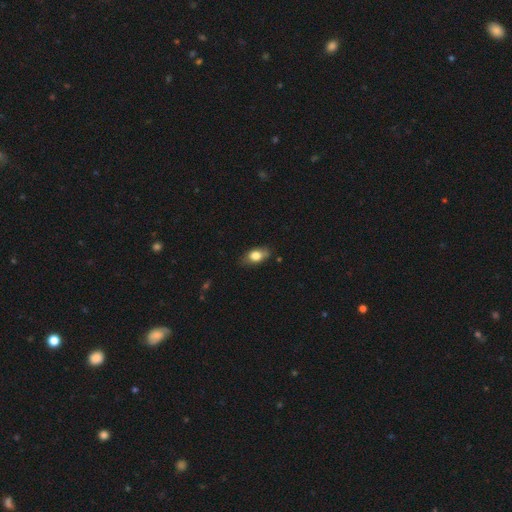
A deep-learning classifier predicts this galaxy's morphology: smooth_or_featured: smooth (p=0.75) [alt: featured or disk p=0.17]
how_rounded: in between (p=0.84) [alt: round p=0.10]
merging: none (p=0.76) [alt: minor disturbance p=0.19]